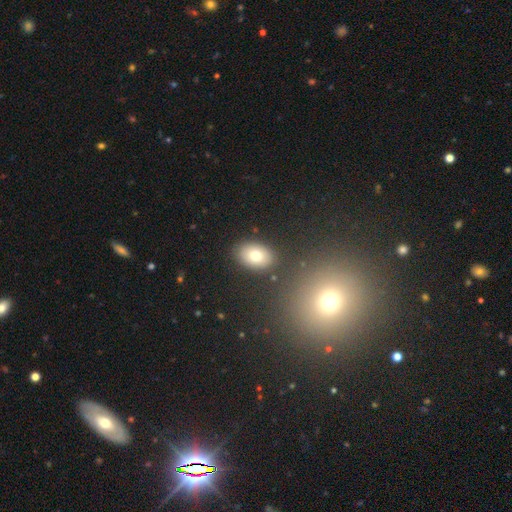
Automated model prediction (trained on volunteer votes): The model was most divided on "how rounded": in between: 80%, round: 18%, cigar-shaped: 1%. More confident: merging — none (86%); smooth or featured — smooth (77%).